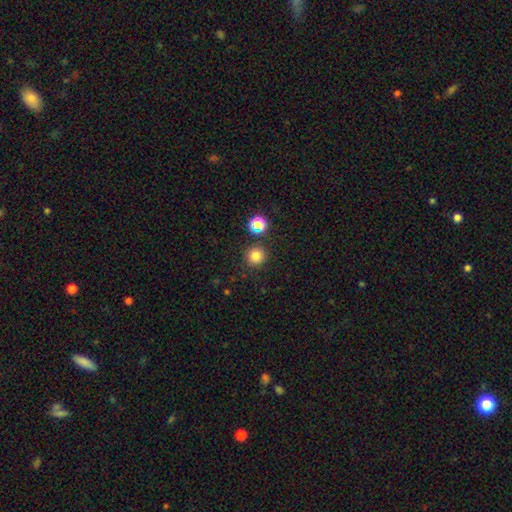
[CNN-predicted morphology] Smooth or featured? Predicted: smooth (p=0.80). How rounded? Predicted: round (p=0.94). Merging? Predicted: none (p=0.86).